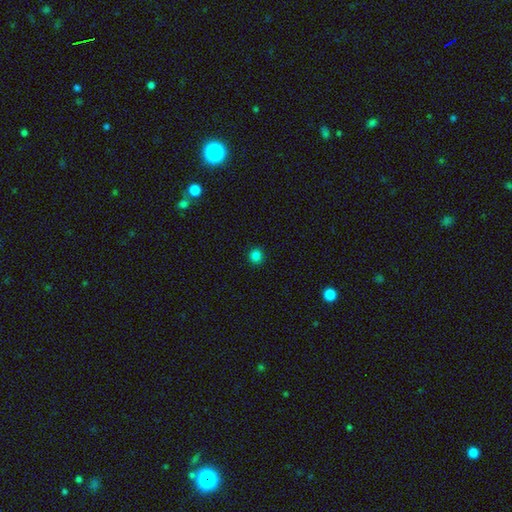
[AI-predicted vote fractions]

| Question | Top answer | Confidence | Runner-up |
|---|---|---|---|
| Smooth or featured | smooth | 83% | star or artifact (14%) |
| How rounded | round | 92% | in between (7%) |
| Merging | none | 92% | minor disturbance (5%) |